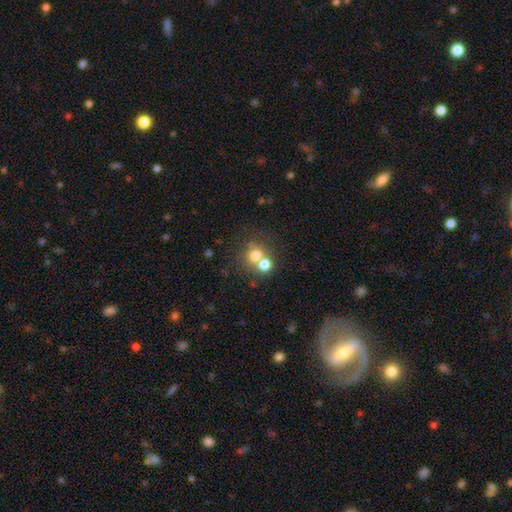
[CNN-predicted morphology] Overall: smooth (71%). How rounded: round (80%). Merging: merger (47%; none 43%).